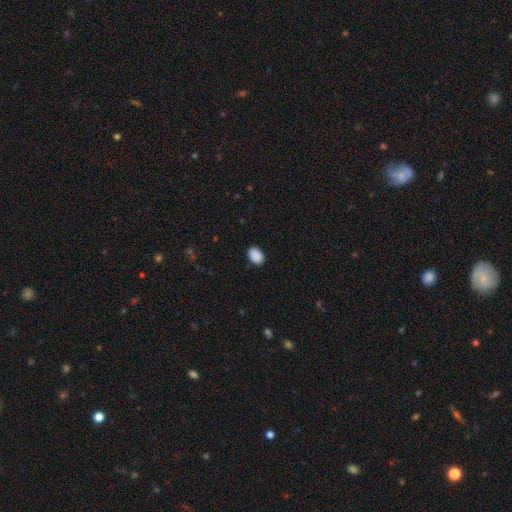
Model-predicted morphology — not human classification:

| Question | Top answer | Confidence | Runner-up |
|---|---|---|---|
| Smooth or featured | smooth | 90% | star or artifact (7%) |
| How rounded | in between | 83% | round (16%) |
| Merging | none | 88% | minor disturbance (9%) |